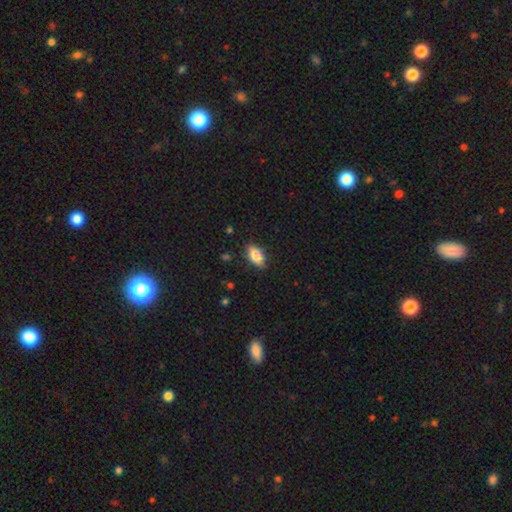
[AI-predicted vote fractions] Smooth or featured?
  - smooth: 81% *
  - featured or disk: 12%
  - star or artifact: 7%
How rounded?
  - in between: 88% *
  - cigar-shaped: 8%
  - round: 4%
Merging?
  - none: 86% *
  - minor disturbance: 11%
  - major disturbance: 2%
  - merger: 1%